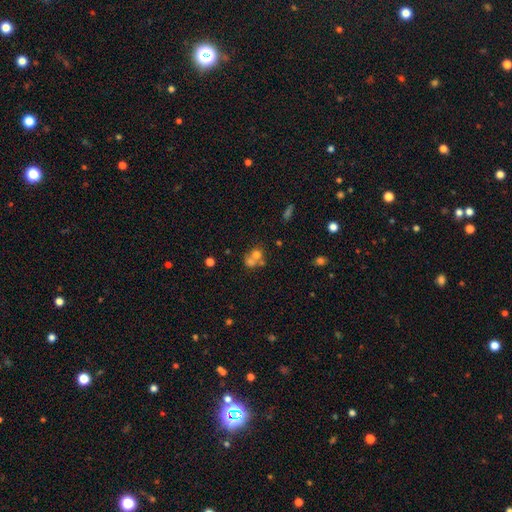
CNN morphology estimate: A smooth galaxy with no disk features (59%) that is round (74%). Merging: merger (55%).